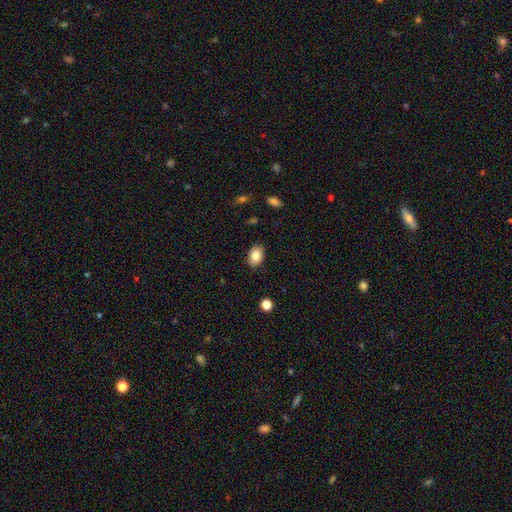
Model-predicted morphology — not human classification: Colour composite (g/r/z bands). It shows a smooth galaxy with no disk features (83%) that is in between round and cigar-shaped (83%). Merging: none (87%).